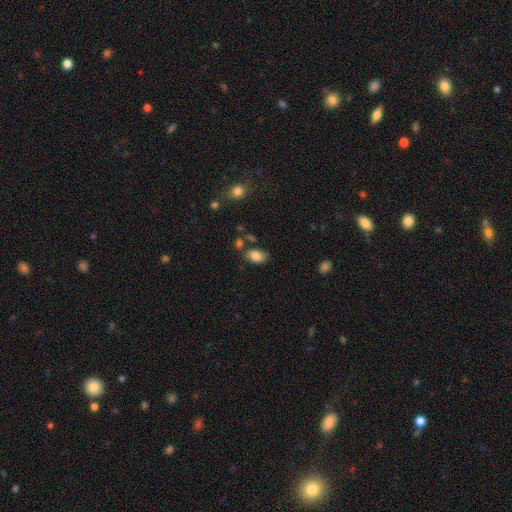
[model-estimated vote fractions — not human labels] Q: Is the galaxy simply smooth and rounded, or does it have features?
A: smooth — 83%.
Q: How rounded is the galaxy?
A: in between — 89%.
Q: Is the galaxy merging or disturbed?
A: none — 69%.